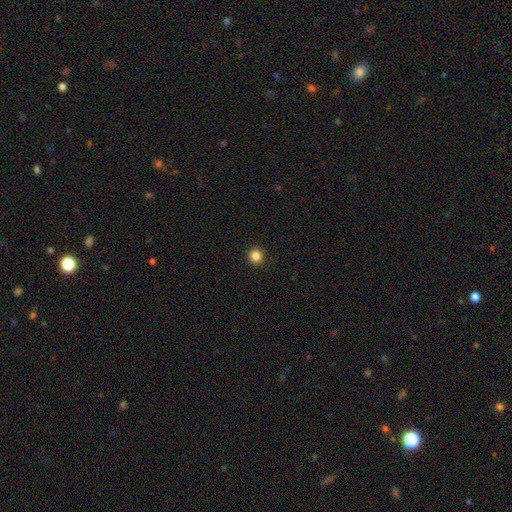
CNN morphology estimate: type=smooth (85%); roundness=round (92%); merging=none (93%).